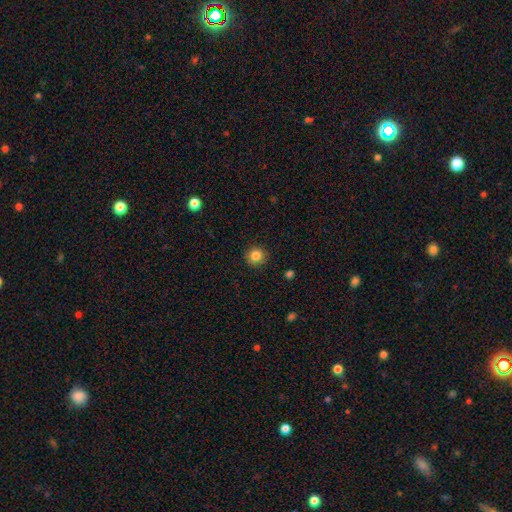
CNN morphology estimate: Smooth or featured: smooth — 84% (star or artifact — 11%)
How rounded: round — 94% (in between — 5%)
Merging: none — 91% (minor disturbance — 6%)